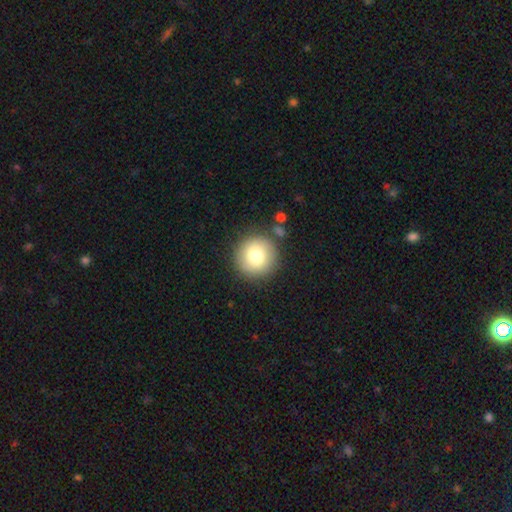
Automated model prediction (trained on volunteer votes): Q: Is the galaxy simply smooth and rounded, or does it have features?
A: smooth — 79%.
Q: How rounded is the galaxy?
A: round — 95%.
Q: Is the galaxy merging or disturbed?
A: none — 86%.